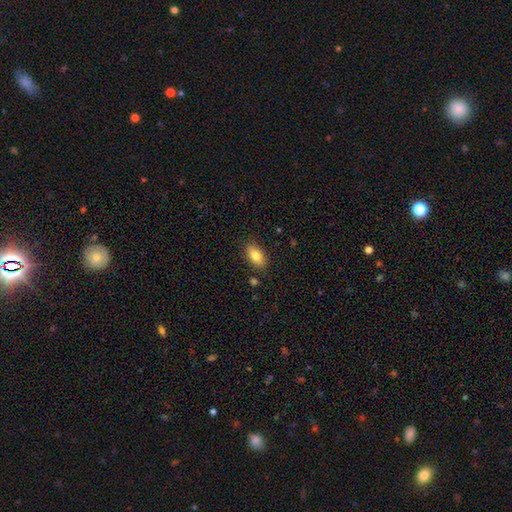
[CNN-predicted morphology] Smooth or featured? smooth (81%)
How rounded? in between (89%)
Merging? none (85%)